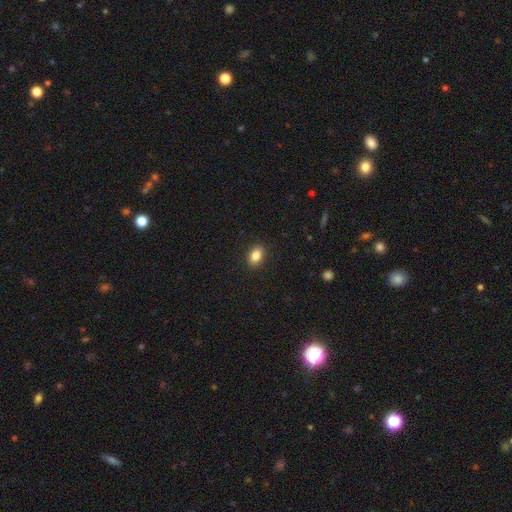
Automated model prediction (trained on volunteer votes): Smooth or featured?
  - smooth: 86% *
  - star or artifact: 9%
  - featured or disk: 5%
How rounded?
  - in between: 81% *
  - round: 17%
  - cigar-shaped: 1%
Merging?
  - none: 90% *
  - minor disturbance: 7%
  - major disturbance: 2%
  - merger: 1%